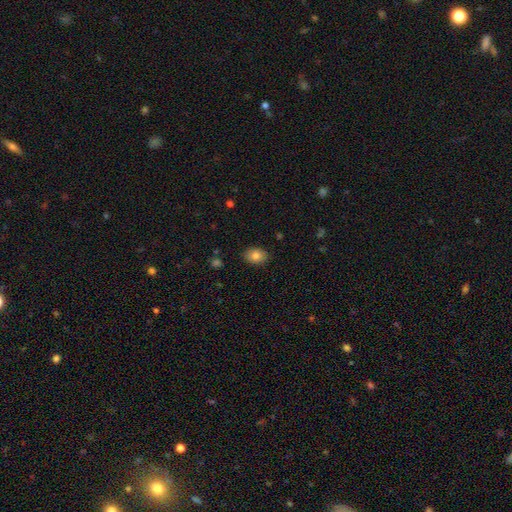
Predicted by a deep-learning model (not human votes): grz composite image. It shows a smooth galaxy with no disk features (83%) that is in between round and cigar-shaped (74%). Merging: none (88%).